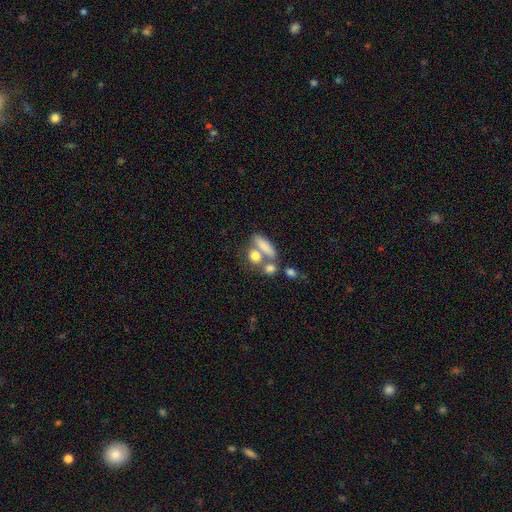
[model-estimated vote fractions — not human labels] smooth 74%, featured or disk 16%, star or artifact 10%. Down the decision tree: how rounded — in between (54%); merging — none (43%).